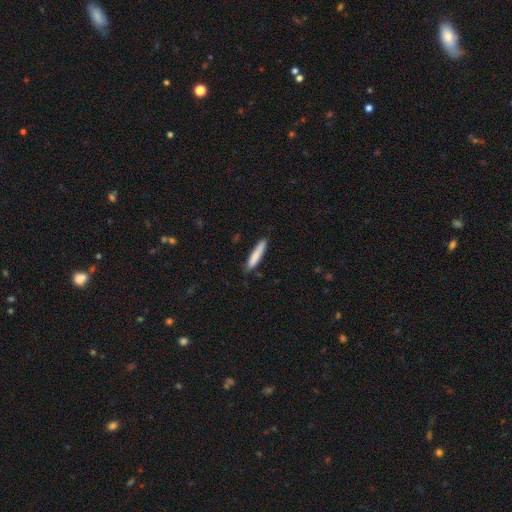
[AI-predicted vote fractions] Smooth or featured? Predicted: smooth (p=0.83). How rounded? Predicted: cigar-shaped (p=0.90). Merging? Predicted: none (p=0.83).